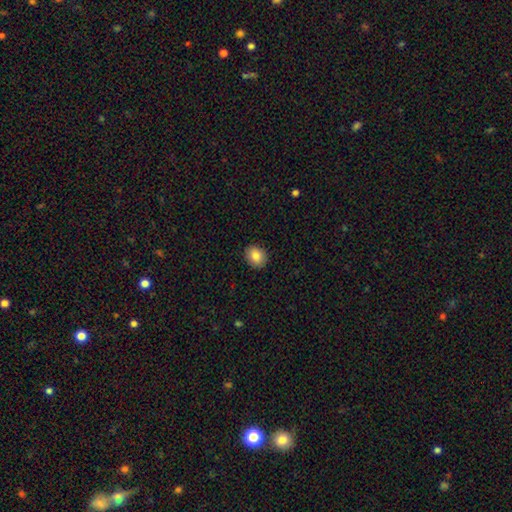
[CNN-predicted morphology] Q: Smooth or featured?
A: smooth (85%); runner-up: star or artifact (8%)
Q: How rounded?
A: round (59%); runner-up: in between (40%)
Q: Merging?
A: none (90%); runner-up: minor disturbance (7%)